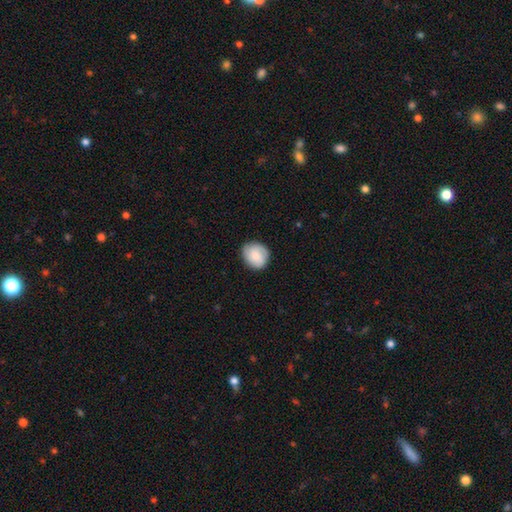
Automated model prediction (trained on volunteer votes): smooth 77%, featured or disk 16%, star or artifact 7%. Down the decision tree: how rounded — round (78%); merging — none (81%).